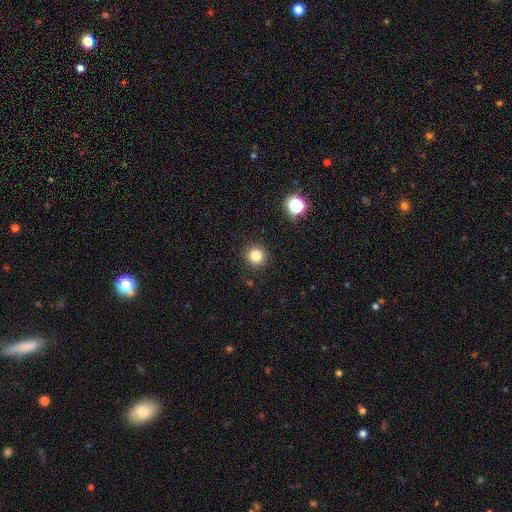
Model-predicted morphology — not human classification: smooth 82%, star or artifact 13%, featured or disk 5%. Down the decision tree: how rounded — round (94%); merging — none (91%).